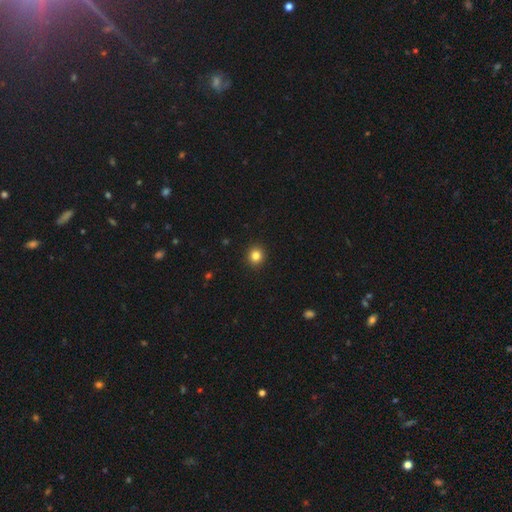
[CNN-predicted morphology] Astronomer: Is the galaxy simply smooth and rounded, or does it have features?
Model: smooth — 83%.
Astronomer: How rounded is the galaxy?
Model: round — 89%.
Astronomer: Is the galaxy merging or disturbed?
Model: none — 93%.